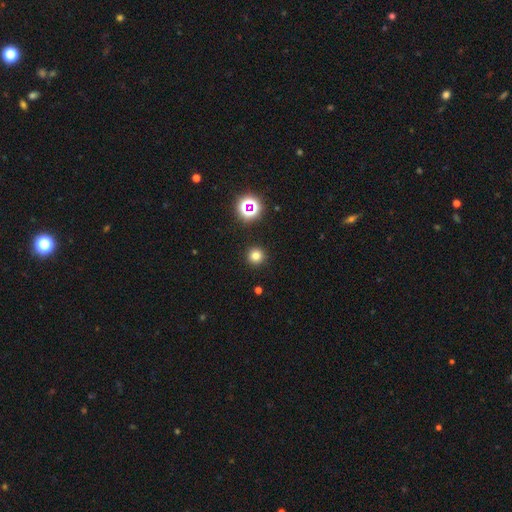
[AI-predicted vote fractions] The model was most divided on "smooth or featured": smooth: 76%, star or artifact: 19%, featured or disk: 6%. More confident: how rounded — round (95%); merging — none (92%).